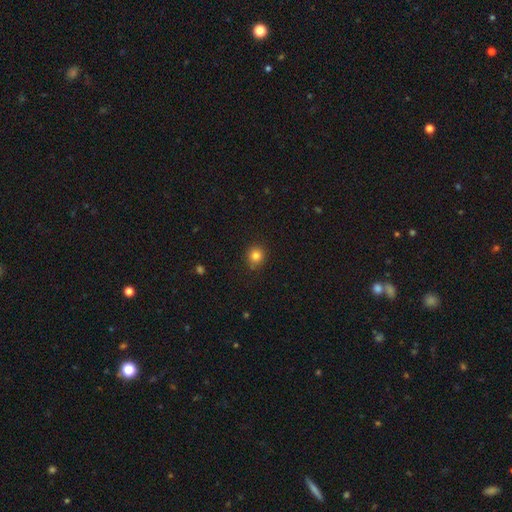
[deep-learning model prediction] The model was most divided on "how rounded": round: 84%, in between: 16%, cigar-shaped: 1%. More confident: merging — none (84%); smooth or featured — smooth (83%).